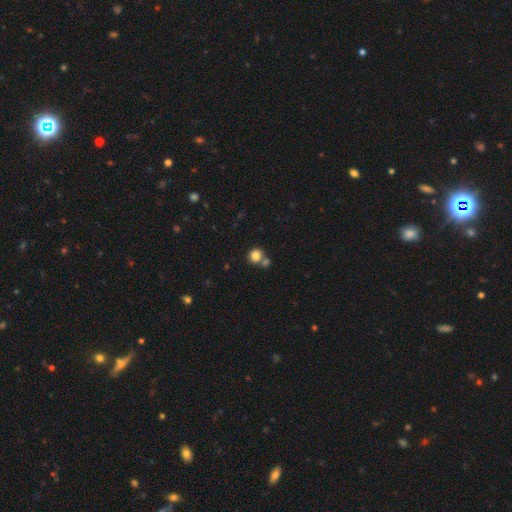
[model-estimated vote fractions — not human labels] A smooth galaxy with no disk features (83%) that is round (87%). Merging: none (56%).